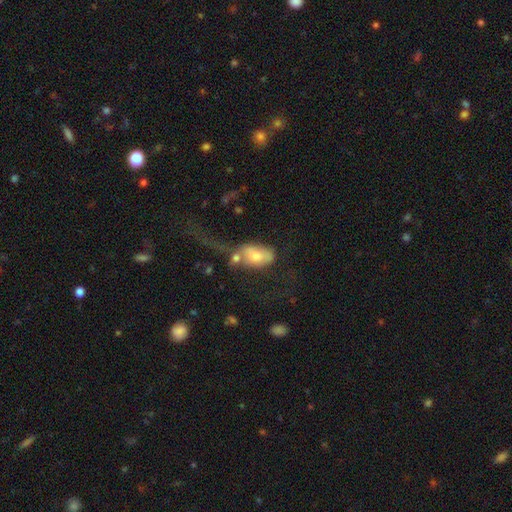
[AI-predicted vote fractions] Smooth or featured: smooth — 63% (featured or disk — 28%)
How rounded: in between — 90% (round — 7%)
Merging: major disturbance — 32% (merger — 31%)